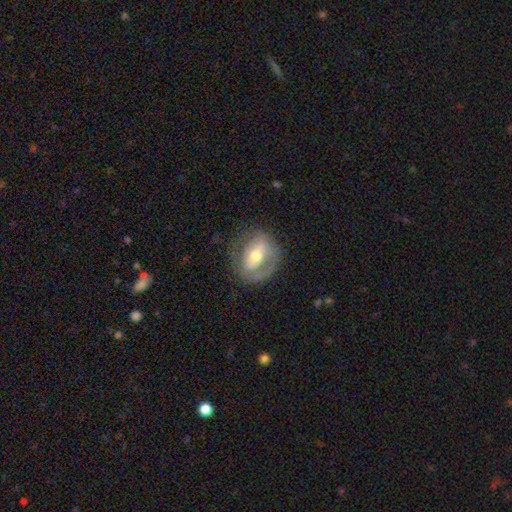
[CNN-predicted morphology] This appears to be a featured or disk galaxy (63%) with a weak bar (37%), spiral arms (62%) and a moderate central bulge (69%). Merging: none (65%).